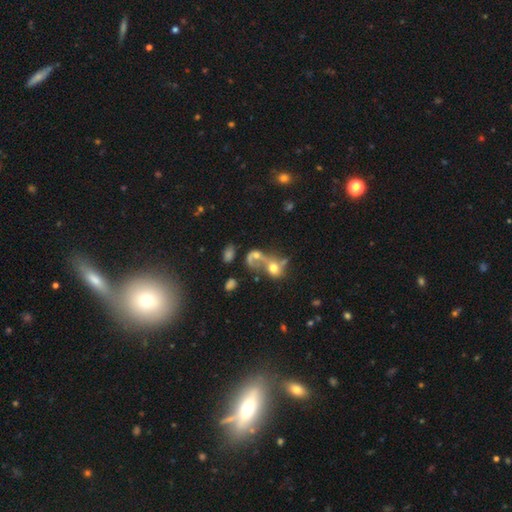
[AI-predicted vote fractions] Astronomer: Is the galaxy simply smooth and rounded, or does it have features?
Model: smooth — 46% (runner-up: featured or disk, 38%).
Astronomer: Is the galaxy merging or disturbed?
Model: merger — 64%.